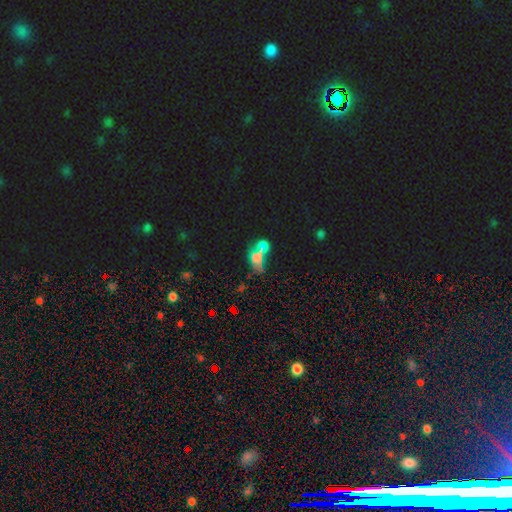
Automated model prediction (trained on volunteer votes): This is marginally a smooth galaxy (38%). Merging: possibly merger (52%).